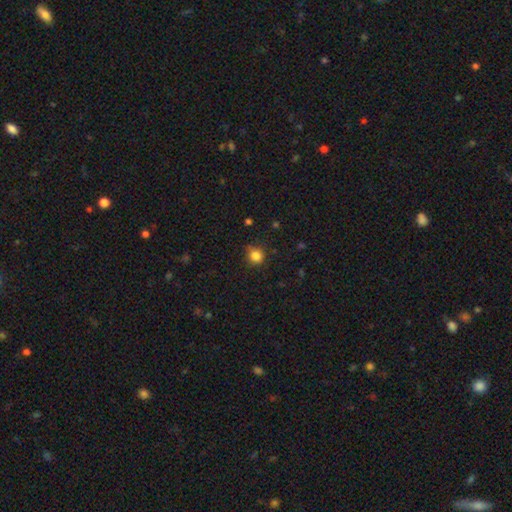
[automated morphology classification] The model was most divided on "merging": none: 82%, minor disturbance: 14%, major disturbance: 3%, merger: 2%. More confident: how rounded — round (90%); smooth or featured — smooth (84%).